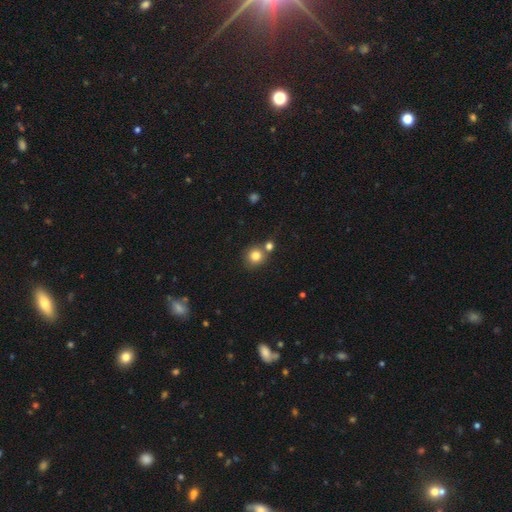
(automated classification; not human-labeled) A smooth galaxy with no disk features (82%) that is round (88%).

Vote fractions:
- Smooth or featured? smooth: 82% / star or artifact: 11% / featured or disk: 7%
- How rounded? round: 88% / in between: 11% / cigar-shaped: 1%
- Merging? none: 66% / merger: 23% / minor disturbance: 8% / major disturbance: 3%